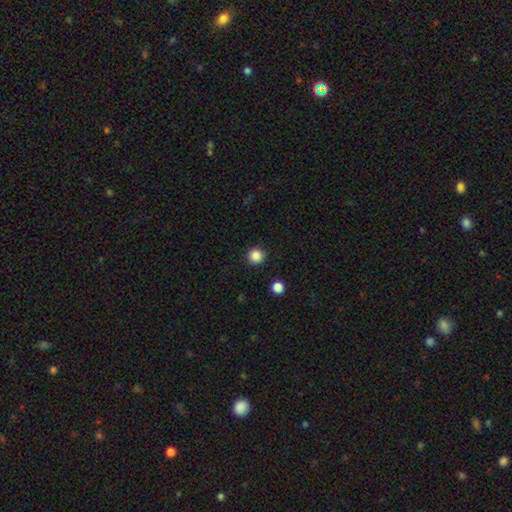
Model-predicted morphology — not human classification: smooth_or_featured: smooth (p=0.86) [alt: star or artifact p=0.11]
how_rounded: round (p=0.96) [alt: in between p=0.03]
merging: none (p=0.93) [alt: minor disturbance p=0.04]